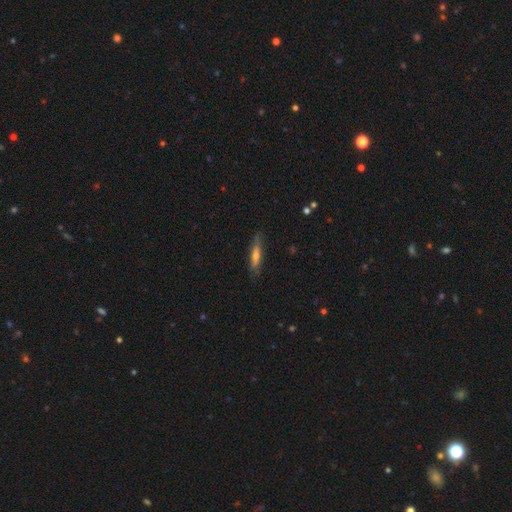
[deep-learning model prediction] This appears to be a smooth galaxy with no disk features (55%) that is cigar-shaped (88%). Merging: none (81%).